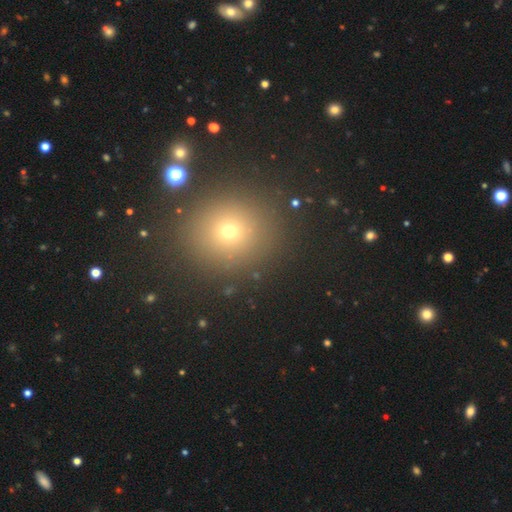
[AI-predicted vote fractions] Overall: smooth (58%; star or artifact 34%). How rounded: round (86%). Merging: none (90%).